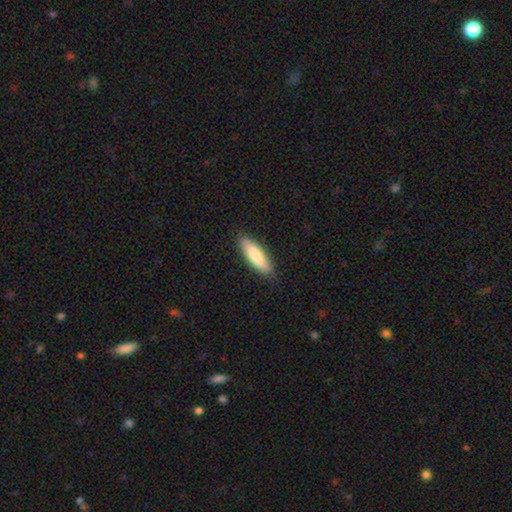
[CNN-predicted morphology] Smooth or featured? Predicted: smooth (p=0.83). How rounded? Predicted: cigar-shaped (p=0.56). Merging? Predicted: none (p=0.88).